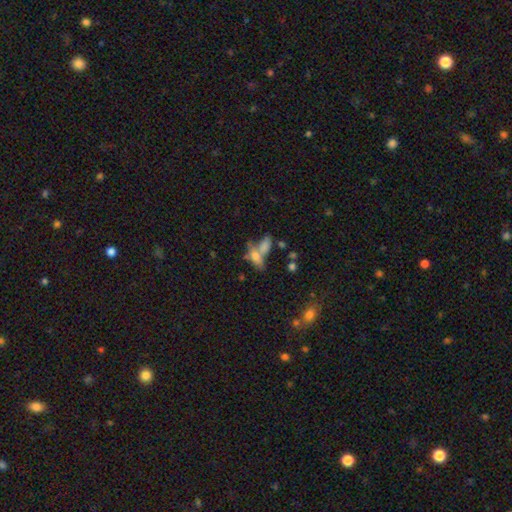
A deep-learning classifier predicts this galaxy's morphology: This is likely a smooth galaxy (63%). How rounded: likely in between (71%). Merging: possibly merger (49%).